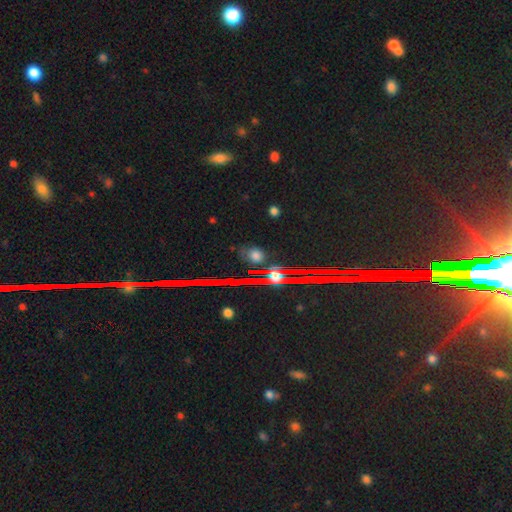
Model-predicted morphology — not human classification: A smooth galaxy with no disk features (47%). Merging: none (80%).